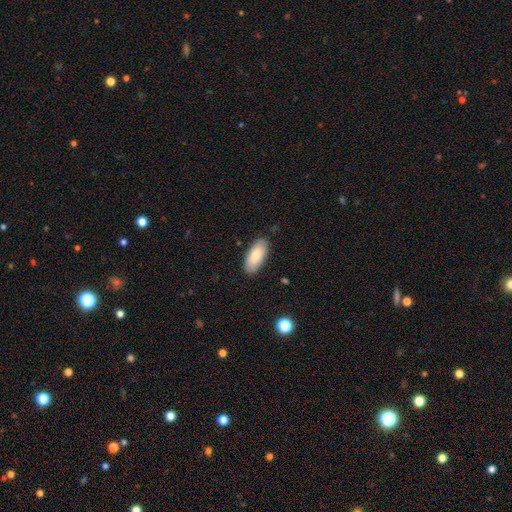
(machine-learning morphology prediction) Smooth or featured? smooth (85%)
How rounded? in between (89%)
Merging? none (86%)